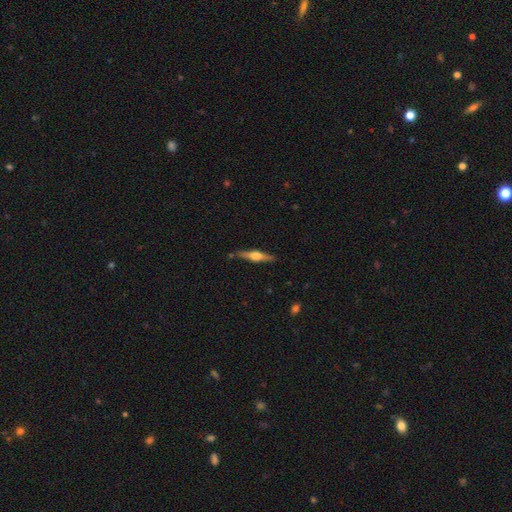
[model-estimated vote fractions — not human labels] Smooth or featured? featured or disk (71%)
Edge-on disk? yes (97%)
Edge-on bulge? rounded (94%)
Merging? none (86%)